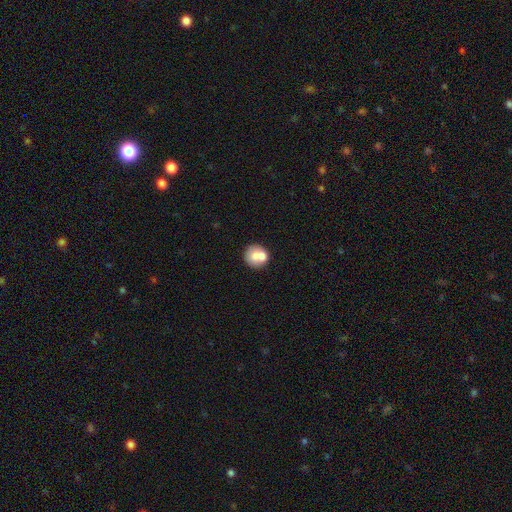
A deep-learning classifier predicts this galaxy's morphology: This is likely a smooth galaxy (69%). How rounded: clearly round (86%). Merging: possibly none (52%).